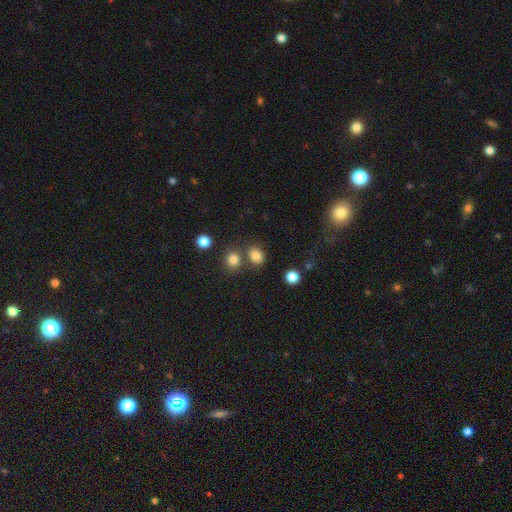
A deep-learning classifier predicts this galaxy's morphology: Overall: smooth (81%). How rounded: round (62%; in between 37%). Merging: none (68%).